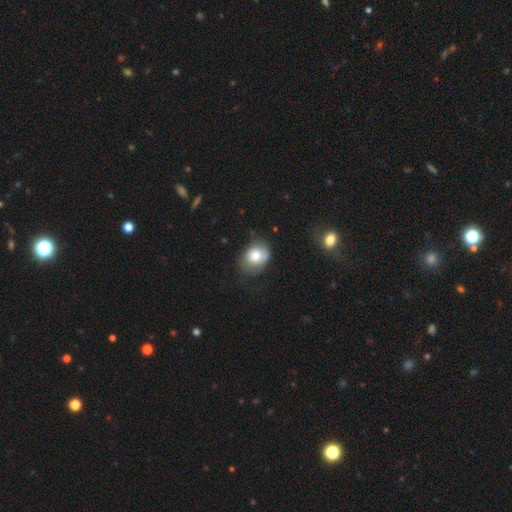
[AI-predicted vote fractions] Smooth or featured? Predicted: smooth (p=0.75). How rounded? Predicted: in between (p=0.56). Merging? Predicted: none (p=0.62).